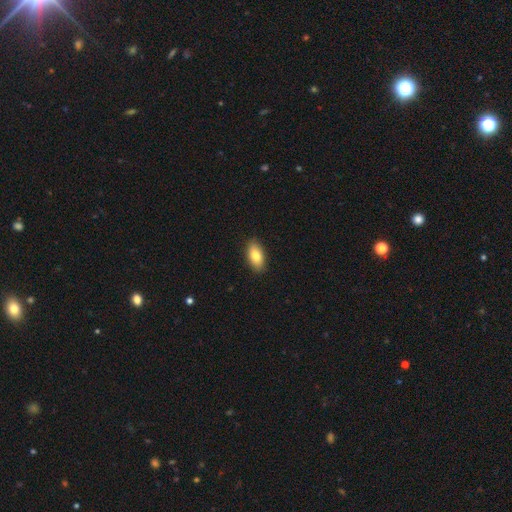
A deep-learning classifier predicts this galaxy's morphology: A smooth galaxy with no disk features (82%) that is in between round and cigar-shaped (91%). Merging: none (89%).